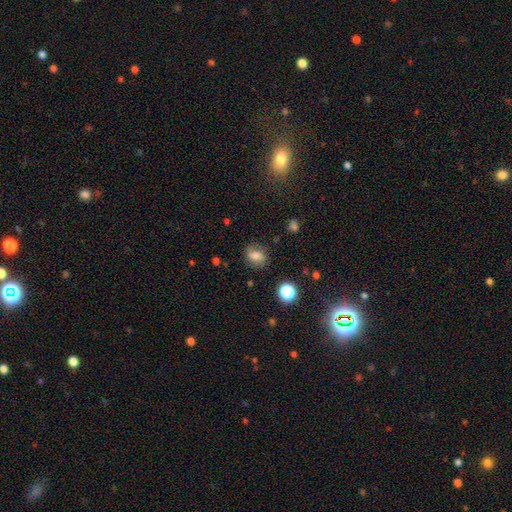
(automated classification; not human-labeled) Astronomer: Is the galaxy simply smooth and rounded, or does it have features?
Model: smooth — 60%.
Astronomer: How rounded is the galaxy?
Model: round — 56% (runner-up: in between, 43%).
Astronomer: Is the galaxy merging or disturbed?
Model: none — 74%.